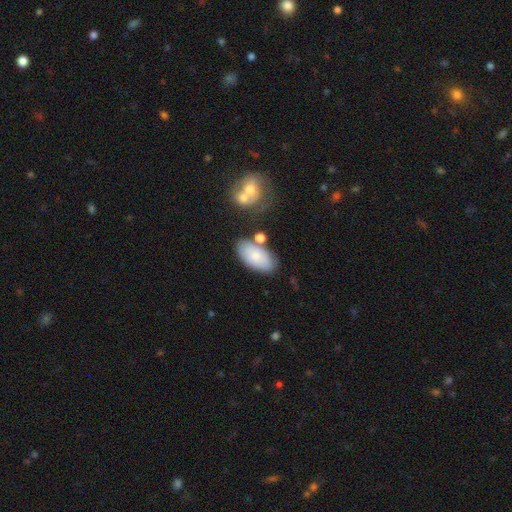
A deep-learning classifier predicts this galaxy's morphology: Smooth or featured: smooth — 75% (featured or disk — 18%)
How rounded: in between — 94% (round — 4%)
Merging: none — 68% (minor disturbance — 16%)